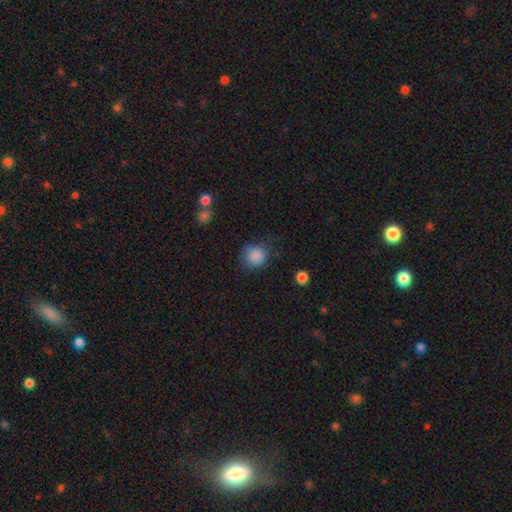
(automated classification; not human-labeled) The model was most divided on "merging": none: 67%, minor disturbance: 22%, major disturbance: 8%, merger: 2%. More confident: smooth or featured — smooth (86%); how rounded — round (84%).